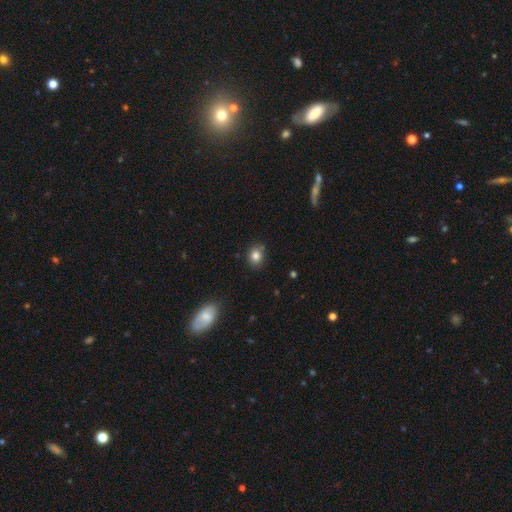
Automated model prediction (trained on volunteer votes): Smooth or featured? smooth (83%)
How rounded? round (59%)
Merging? none (80%)